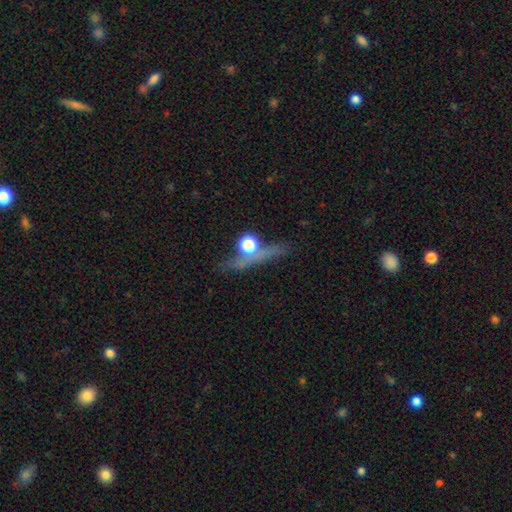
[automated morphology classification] smooth_or_featured: featured or disk (p=0.50) [alt: smooth p=0.28]
merging: none (p=0.70) [alt: minor disturbance p=0.13]